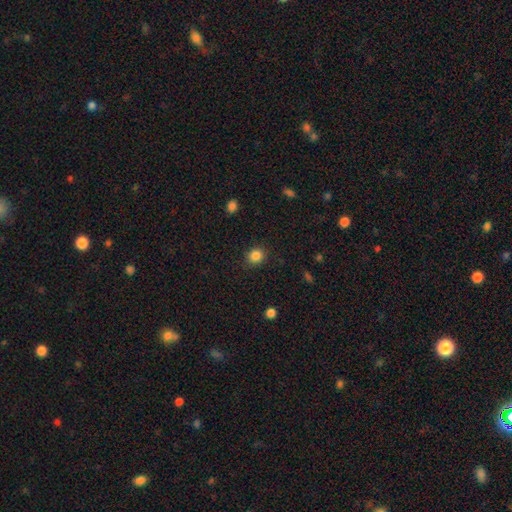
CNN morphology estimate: Overall: smooth (85%). How rounded: round (78%). Merging: none (88%).